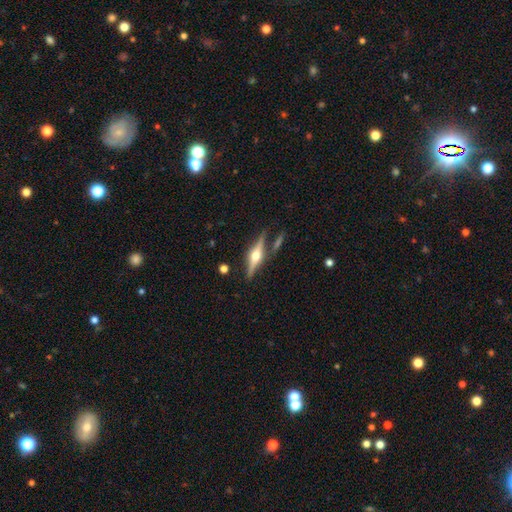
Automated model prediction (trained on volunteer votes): smooth-or-featured: featured or disk: 78% | smooth: 15% | star or artifact: 7%
  disk-edge-on: yes: 97% | no: 3%
    edge-on-bulge: rounded: 95% | boxy: 3% | none: 2%
  merging: none: 80% | minor disturbance: 11% | merger: 6% | major disturbance: 3%